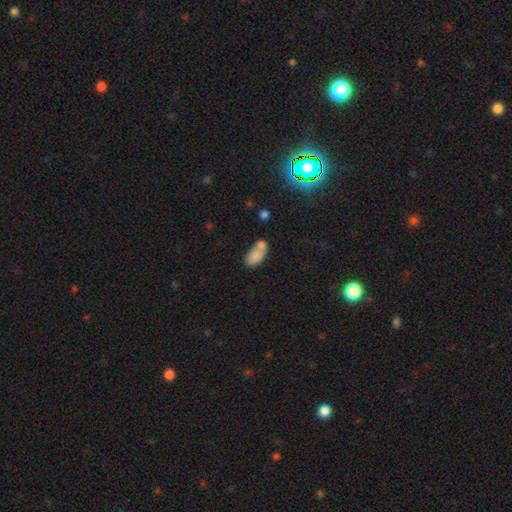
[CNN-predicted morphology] Smooth or featured?
  - smooth: 79% *
  - featured or disk: 12%
  - star or artifact: 8%
How rounded?
  - in between: 91% *
  - round: 5%
  - cigar-shaped: 4%
Merging?
  - none: 42% *
  - merger: 34%
  - minor disturbance: 17%
  - major disturbance: 6%